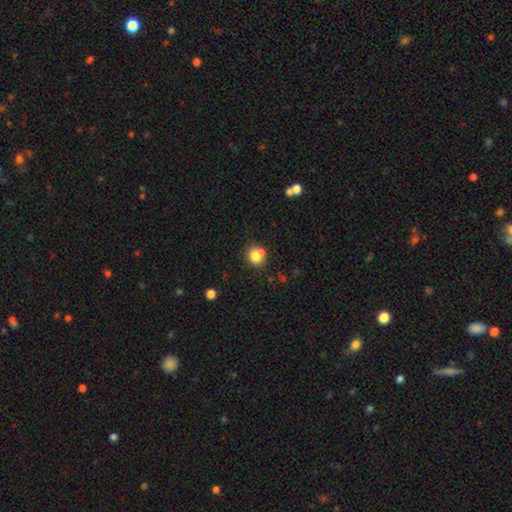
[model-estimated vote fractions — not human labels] Smooth or featured: smooth — 78% (featured or disk — 11%)
How rounded: round — 75% (in between — 24%)
Merging: none — 53% (merger — 29%)